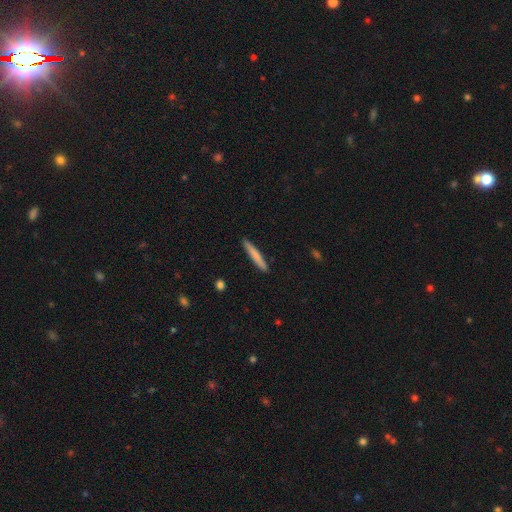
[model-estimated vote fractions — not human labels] Smooth or featured: smooth — 74% (featured or disk — 20%)
How rounded: cigar-shaped — 96% (in between — 3%)
Merging: none — 90% (minor disturbance — 7%)